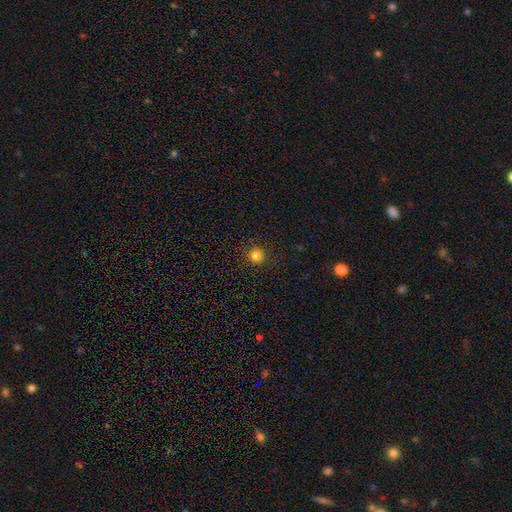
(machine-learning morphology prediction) Q: Smooth or featured?
A: smooth (81%); runner-up: star or artifact (14%)
Q: How rounded?
A: round (95%); runner-up: in between (4%)
Q: Merging?
A: none (92%); runner-up: minor disturbance (5%)